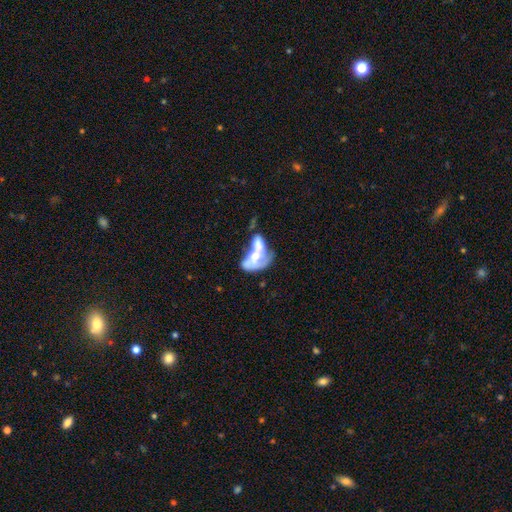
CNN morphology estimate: Q: Smooth or featured?
A: featured or disk (51%); runner-up: smooth (41%)
Q: Edge-on disk?
A: no (94%); runner-up: yes (6%)
Q: Merging?
A: merger (66%); runner-up: major disturbance (17%)